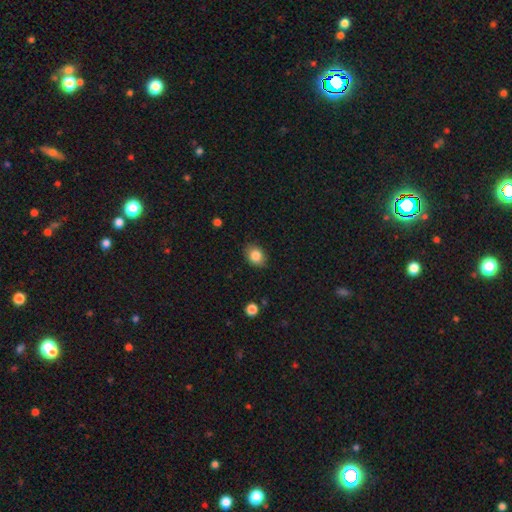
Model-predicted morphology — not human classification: type=smooth (84%); roundness=in between (58%); merging=none (85%).